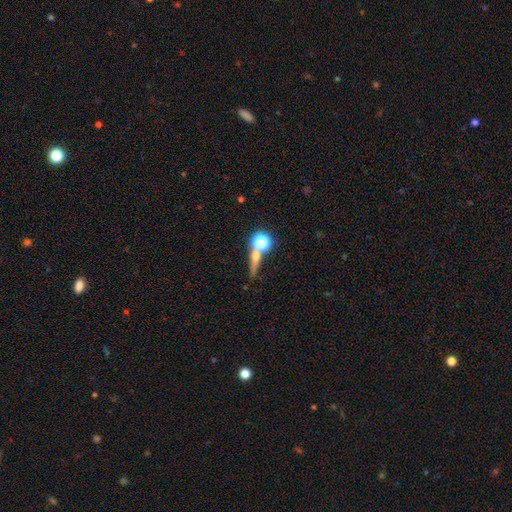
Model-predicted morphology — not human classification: smooth-or-featured: smooth: 44% | featured or disk: 34% | star or artifact: 23%
  merging: none: 61% | merger: 22% | minor disturbance: 10% | major disturbance: 7%